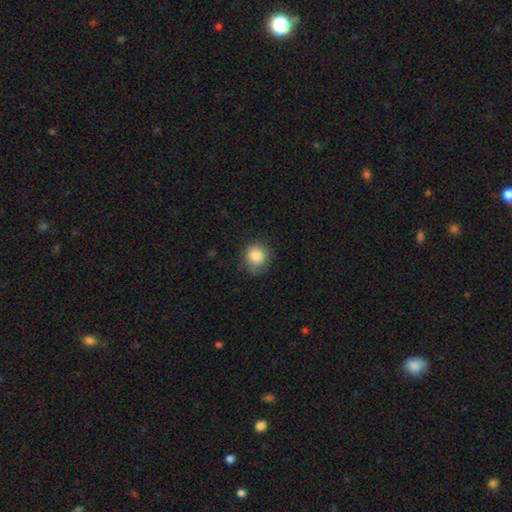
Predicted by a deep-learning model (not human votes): Smooth or featured: smooth — 84% (star or artifact — 9%)
How rounded: round — 86% (in between — 13%)
Merging: none — 76% (minor disturbance — 18%)